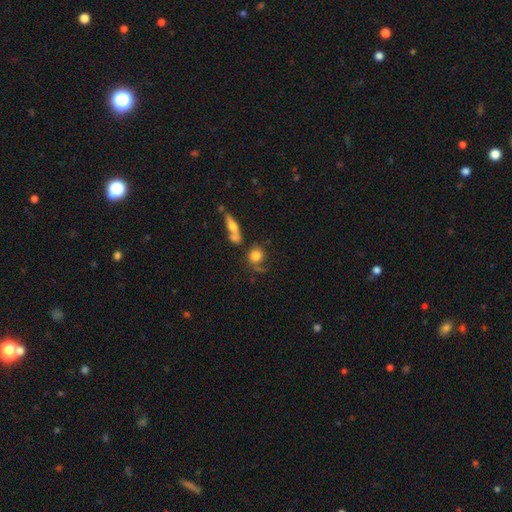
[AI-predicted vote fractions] smooth-or-featured: smooth: 72% | featured or disk: 19% | star or artifact: 10%
  how-rounded: round: 80% | in between: 18% | cigar-shaped: 3%
  merging: none: 48% | merger: 19% | minor disturbance: 18% | major disturbance: 15%